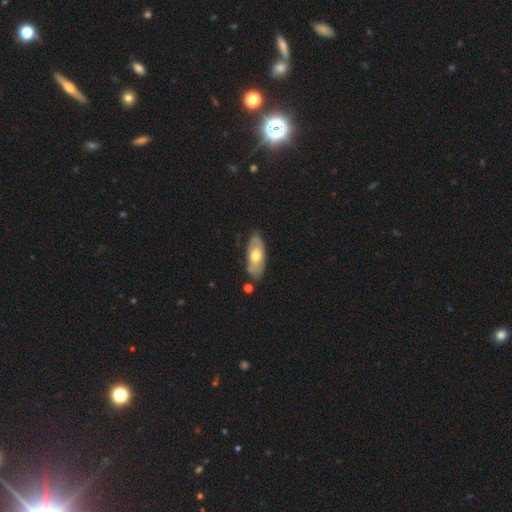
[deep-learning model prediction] A smooth galaxy with no disk features (48%). Merging: none (77%).